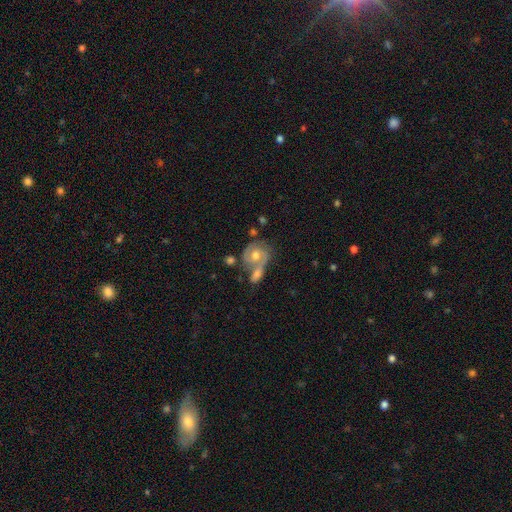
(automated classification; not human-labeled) A featured or disk galaxy (69%) with no bar (71%), 2 (76%) tight (45%) spiral arms (86%) and a moderate central bulge (72%). Merging: merger (42%).